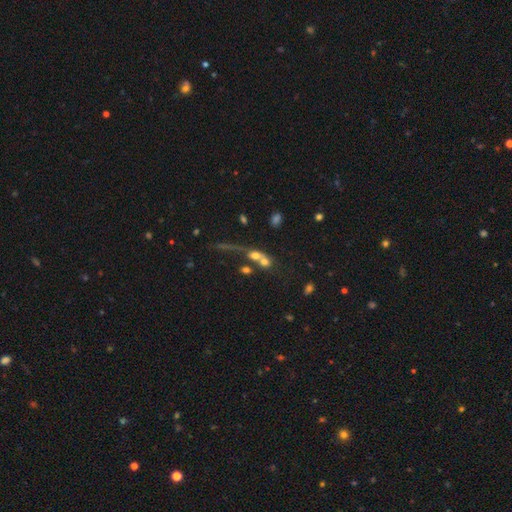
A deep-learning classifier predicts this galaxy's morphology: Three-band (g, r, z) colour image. It shows a smooth galaxy with no disk features (58%) that is round (57%). Merging: merger (66%).